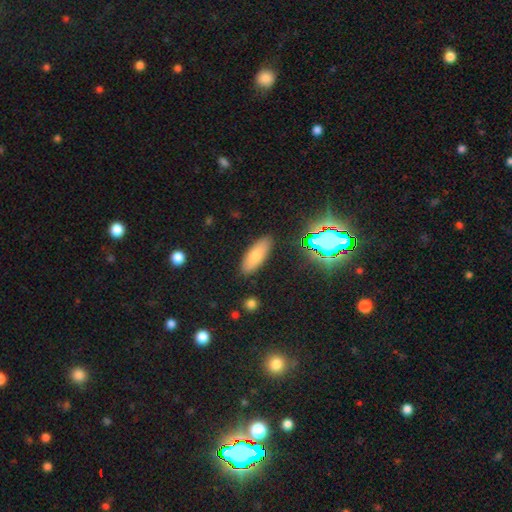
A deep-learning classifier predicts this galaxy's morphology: A smooth galaxy with no disk features (78%) that is in between round and cigar-shaped (73%). Merging: none (88%).